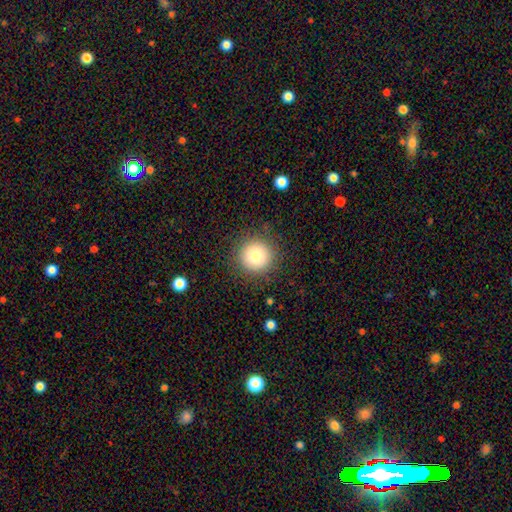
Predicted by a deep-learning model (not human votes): smooth_or_featured: smooth (p=0.82) [alt: star or artifact p=0.10]
how_rounded: round (p=0.95) [alt: in between p=0.04]
merging: none (p=0.88) [alt: minor disturbance p=0.08]